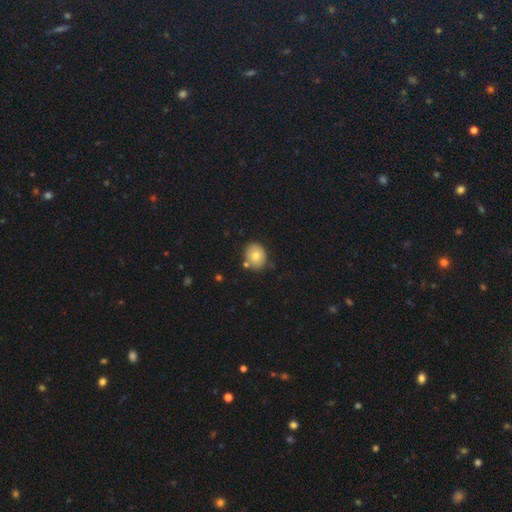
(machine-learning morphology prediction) This is likely a smooth galaxy (76%). How rounded: possibly round (60%). Merging: likely none (75%).